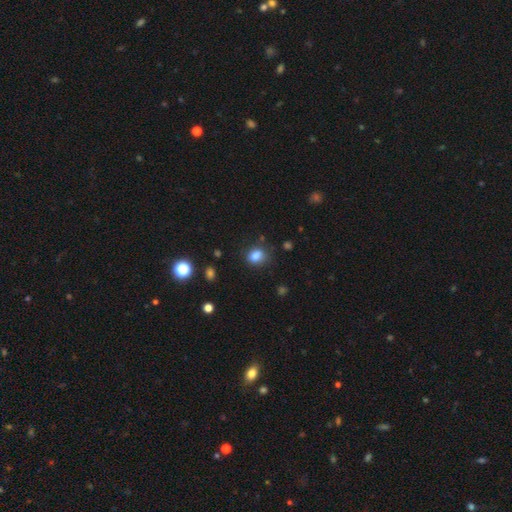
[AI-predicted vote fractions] Smooth or featured?
  - smooth: 83% *
  - star or artifact: 12%
  - featured or disk: 6%
How rounded?
  - in between: 54% *
  - round: 45%
  - cigar-shaped: 1%
Merging?
  - none: 72% *
  - minor disturbance: 18%
  - major disturbance: 6%
  - merger: 3%